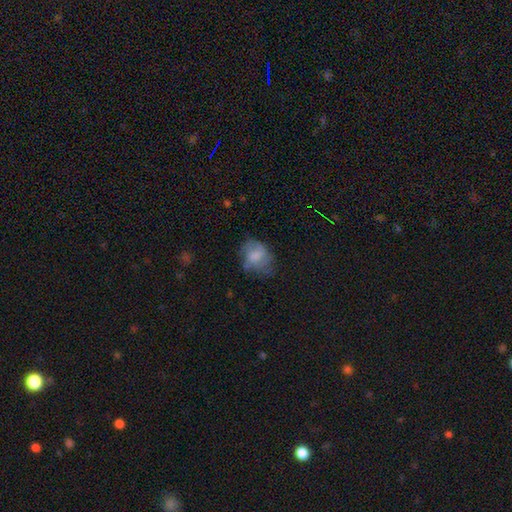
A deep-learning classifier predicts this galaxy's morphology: This appears to be a smooth galaxy with no disk features (55%) that is in between round and cigar-shaped (58%). Merging: none (49%).